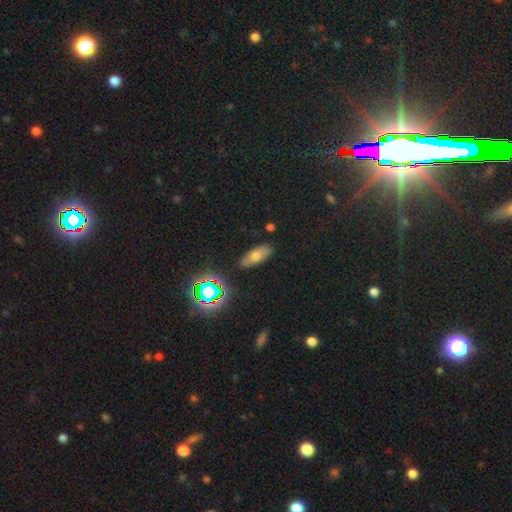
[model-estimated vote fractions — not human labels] The model was most divided on "smooth or featured": smooth: 63%, star or artifact: 19%, featured or disk: 18%. More confident: merging — none (86%); how rounded — in between (75%).